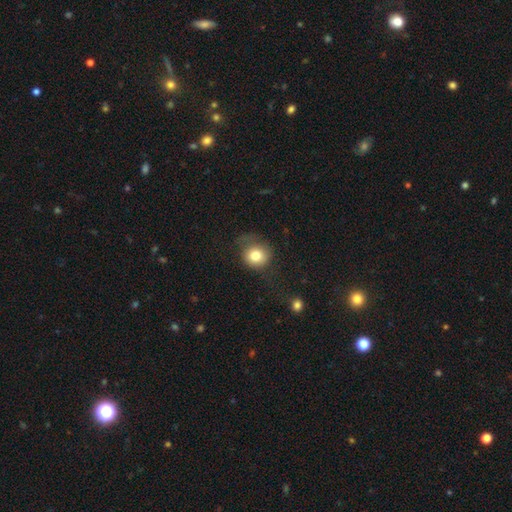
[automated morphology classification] Smooth or featured? Predicted: smooth (p=0.80). How rounded? Predicted: round (p=0.81). Merging? Predicted: none (p=0.55).